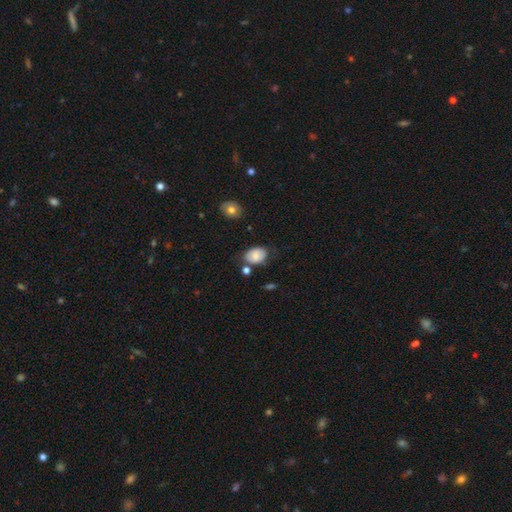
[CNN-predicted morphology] This is likely a smooth galaxy (79%). How rounded: likely in between (76%). Merging: likely none (66%).